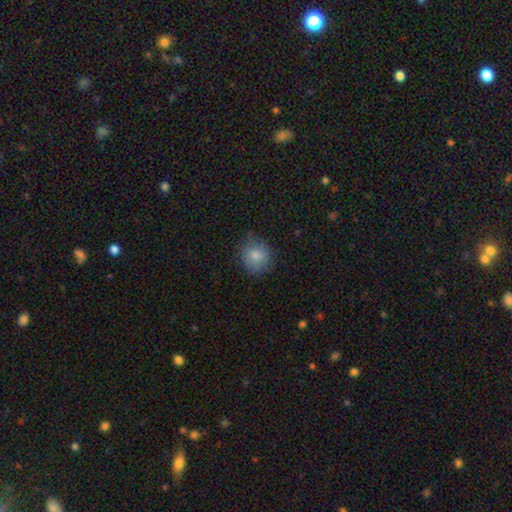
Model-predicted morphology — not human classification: smooth_or_featured: smooth (p=0.83) [alt: featured or disk p=0.09]
how_rounded: round (p=0.77) [alt: in between p=0.22]
merging: none (p=0.73) [alt: minor disturbance p=0.21]